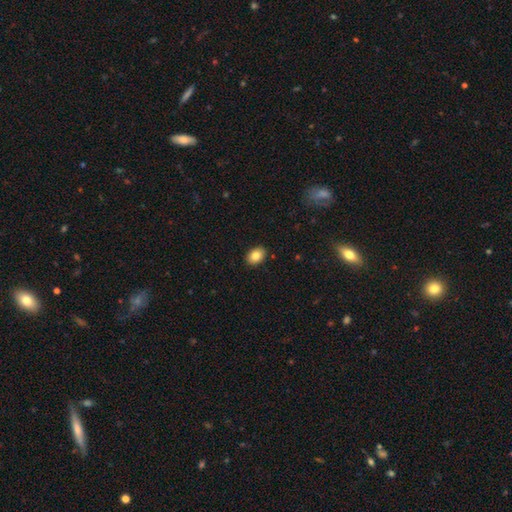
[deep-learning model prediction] Smooth or featured: smooth — 83% (featured or disk — 9%)
How rounded: in between — 79% (round — 20%)
Merging: none — 90% (minor disturbance — 8%)